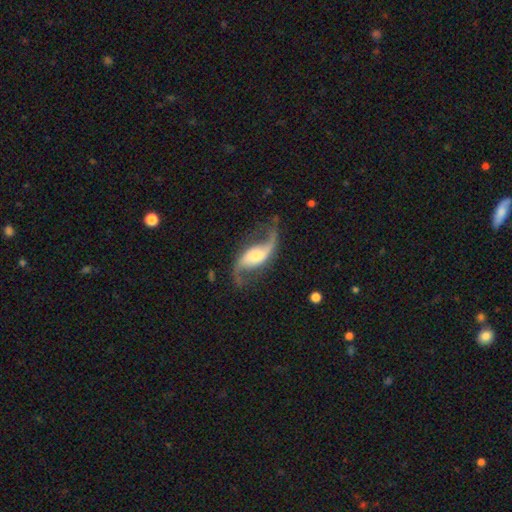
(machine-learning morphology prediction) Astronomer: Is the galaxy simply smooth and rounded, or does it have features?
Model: featured or disk — 88%.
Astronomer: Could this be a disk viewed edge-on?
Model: no — 95%.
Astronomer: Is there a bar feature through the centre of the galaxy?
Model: no — 42% (runner-up: weak, 35%).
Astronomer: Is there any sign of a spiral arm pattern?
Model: yes — 96%.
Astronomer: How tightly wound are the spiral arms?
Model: loose — 85%.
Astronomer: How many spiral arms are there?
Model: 2 — 93%.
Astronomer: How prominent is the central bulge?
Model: moderate — 39% (runner-up: small, 33%).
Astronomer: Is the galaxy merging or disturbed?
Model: none — 71%.